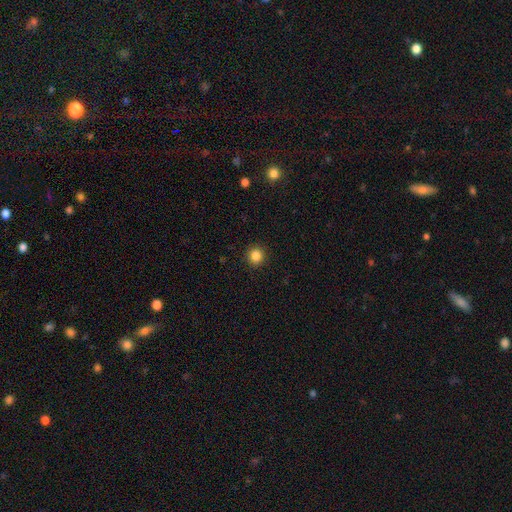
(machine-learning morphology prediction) type=smooth (85%); roundness=round (92%); merging=none (92%).